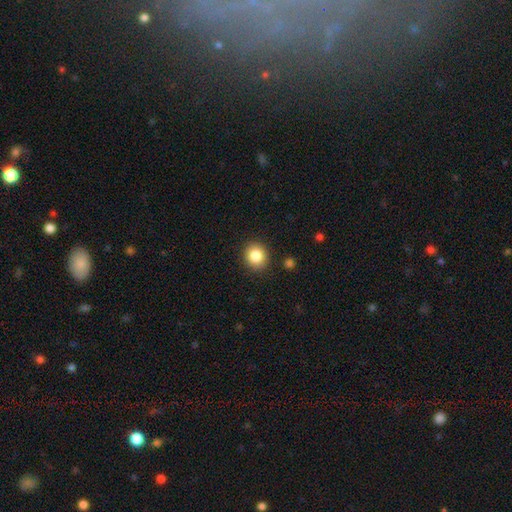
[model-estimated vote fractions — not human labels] This is clearly a smooth galaxy (85%). How rounded: clearly round (83%). Merging: clearly none (89%).